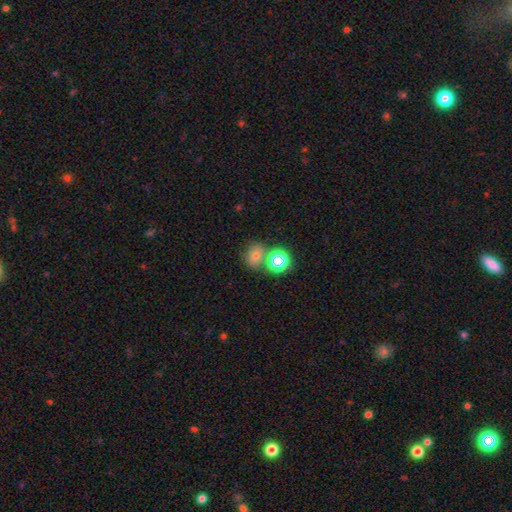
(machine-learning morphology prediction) Overall: smooth (65%). How rounded: round (60%; in between 39%). Merging: none (61%; merger 24%).